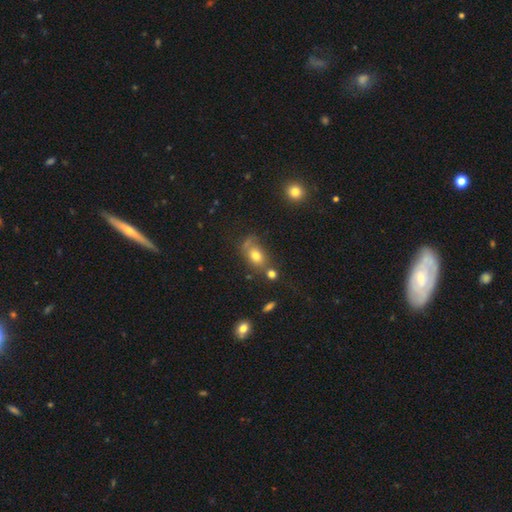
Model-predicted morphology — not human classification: Smooth or featured?
  - smooth: 71% *
  - featured or disk: 15%
  - star or artifact: 14%
How rounded?
  - in between: 73% *
  - round: 25%
  - cigar-shaped: 3%
Merging?
  - none: 52% *
  - minor disturbance: 20%
  - merger: 18%
  - major disturbance: 10%